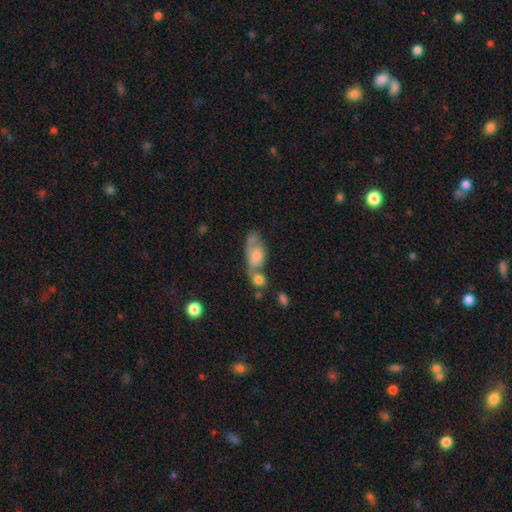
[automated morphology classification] smooth-or-featured: smooth: 51% | featured or disk: 39% | star or artifact: 10%
  how-rounded: in between: 79% | round: 10% | cigar-shaped: 10%
  merging: merger: 46% | none: 24% | minor disturbance: 16% | major disturbance: 14%